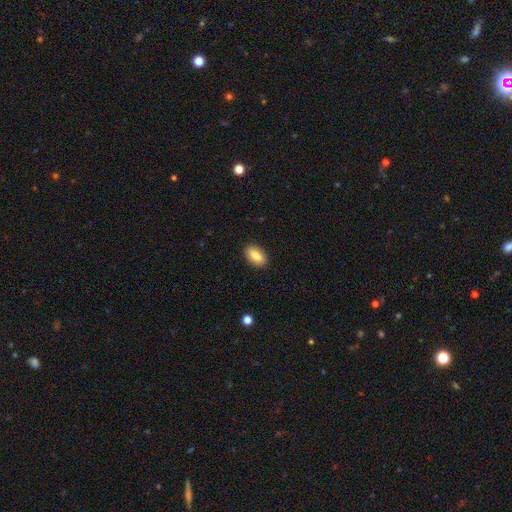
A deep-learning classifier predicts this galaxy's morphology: type=smooth (83%); roundness=in between (91%); merging=none (89%).